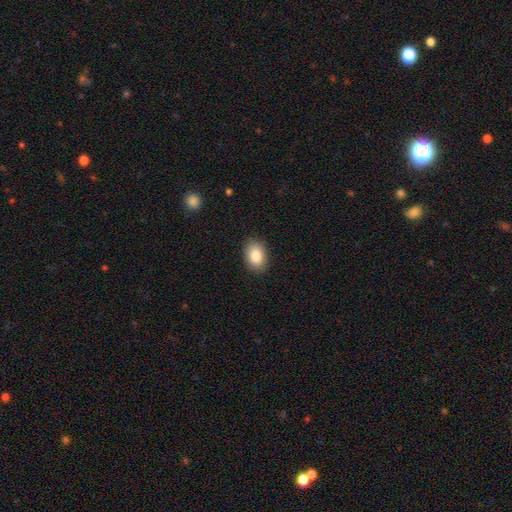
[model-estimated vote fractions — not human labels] This is clearly a smooth galaxy (85%). How rounded: clearly in between (83%). Merging: clearly none (88%).